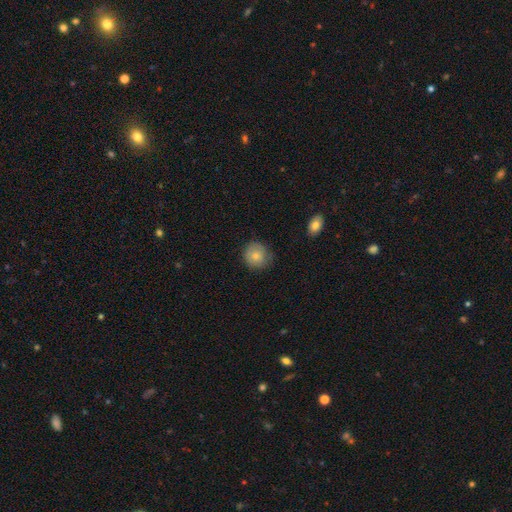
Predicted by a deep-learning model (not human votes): A smooth galaxy with no disk features (81%) that is round (89%).

Vote fractions:
- Smooth or featured? smooth: 81% / featured or disk: 11% / star or artifact: 8%
- How rounded? round: 89% / in between: 10% / cigar-shaped: 1%
- Merging? none: 76% / minor disturbance: 19% / major disturbance: 4% / merger: 1%